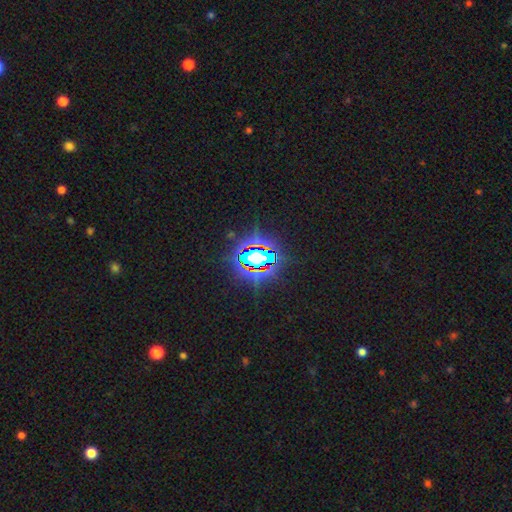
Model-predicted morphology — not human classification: This is likely a star or artifact rather than a galaxy (74%).